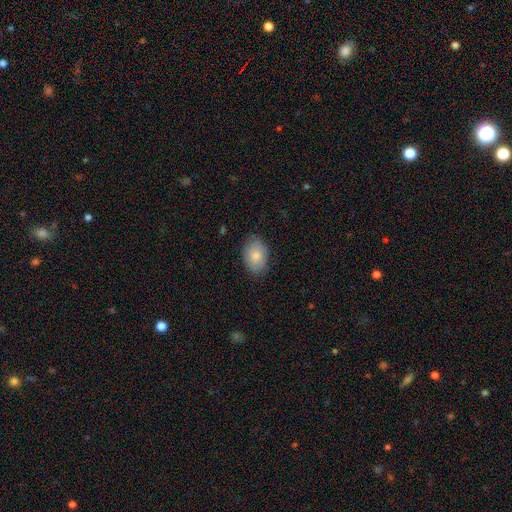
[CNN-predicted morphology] A smooth galaxy with no disk features (83%) that is in between round and cigar-shaped (83%). Merging: none (83%).